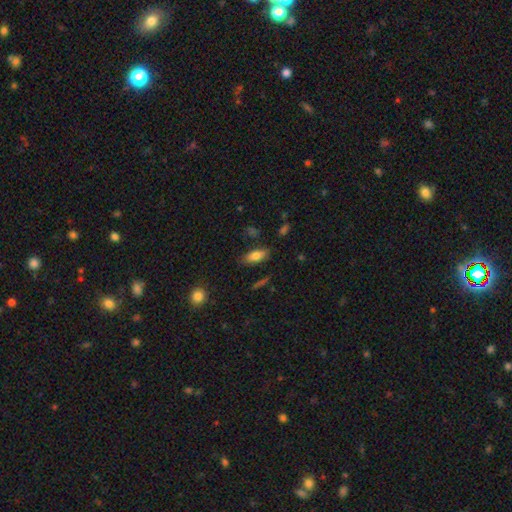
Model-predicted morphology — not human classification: This is likely a smooth galaxy (77%). How rounded: likely in between (79%). Merging: likely none (80%).